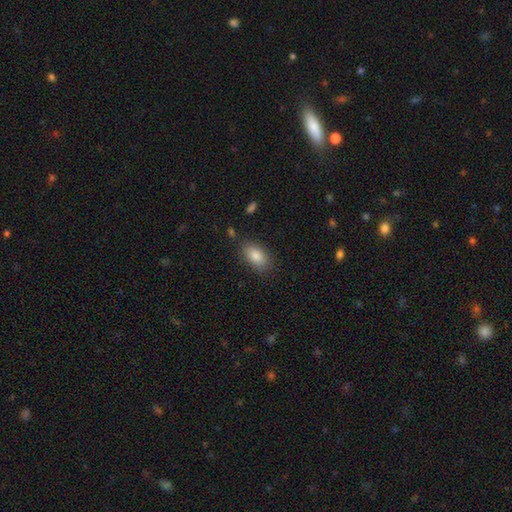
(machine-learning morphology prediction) The model was most divided on "merging": none: 83%, minor disturbance: 12%, major disturbance: 3%, merger: 2%. More confident: how rounded — in between (91%); smooth or featured — smooth (85%).